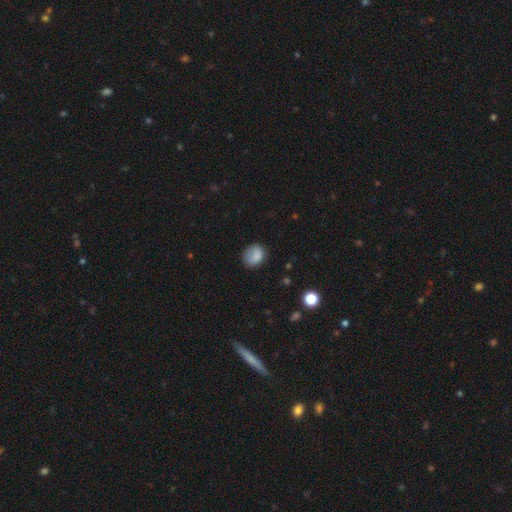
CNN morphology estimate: Smooth or featured?
  - smooth: 83% *
  - star or artifact: 10%
  - featured or disk: 7%
How rounded?
  - round: 57% *
  - in between: 42%
  - cigar-shaped: 1%
Merging?
  - none: 69% *
  - minor disturbance: 22%
  - major disturbance: 7%
  - merger: 2%